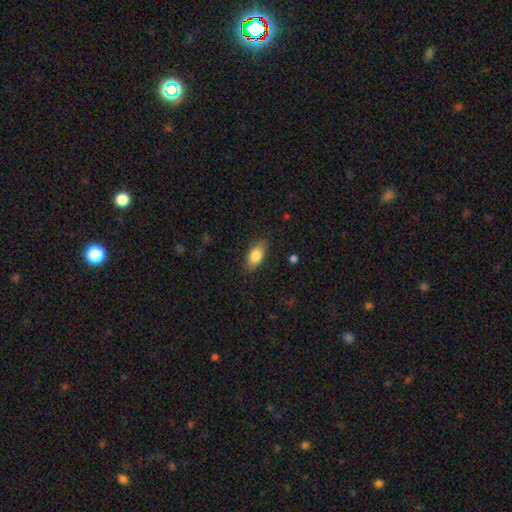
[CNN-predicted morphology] A smooth galaxy with no disk features (81%) that is in between round and cigar-shaped (87%). Merging: none (85%).